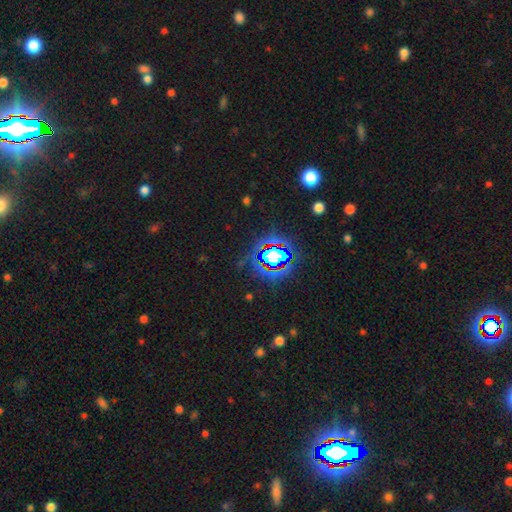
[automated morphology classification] smooth_or_featured: star or artifact (p=0.83) [alt: smooth p=0.10]